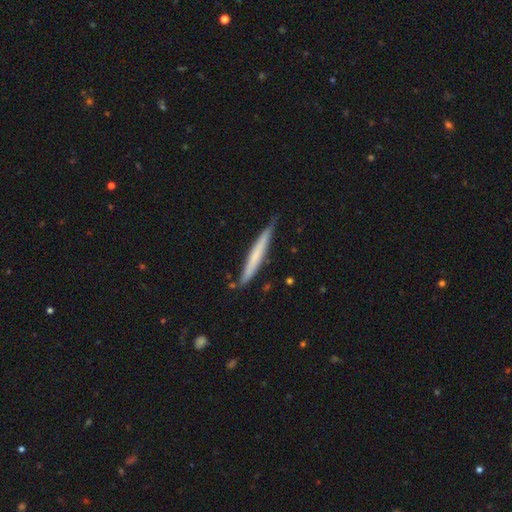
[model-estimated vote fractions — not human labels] This is possibly a smooth galaxy (58%). How rounded: clearly cigar-shaped (96%). Merging: likely none (78%).